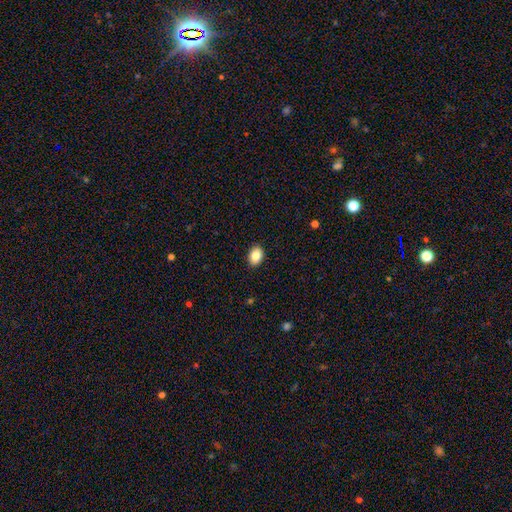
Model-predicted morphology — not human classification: Smooth or featured? Predicted: smooth (p=0.86). How rounded? Predicted: in between (p=0.80). Merging? Predicted: none (p=0.90).